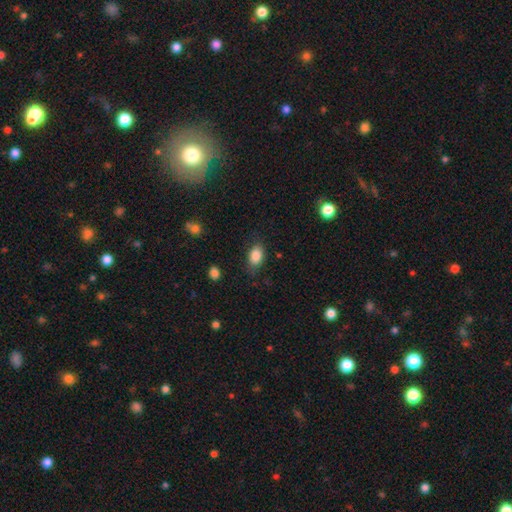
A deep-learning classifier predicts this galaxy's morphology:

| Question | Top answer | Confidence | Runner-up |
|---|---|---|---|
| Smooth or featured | smooth | 87% | star or artifact (8%) |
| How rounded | in between | 86% | round (12%) |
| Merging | none | 79% | minor disturbance (15%) |